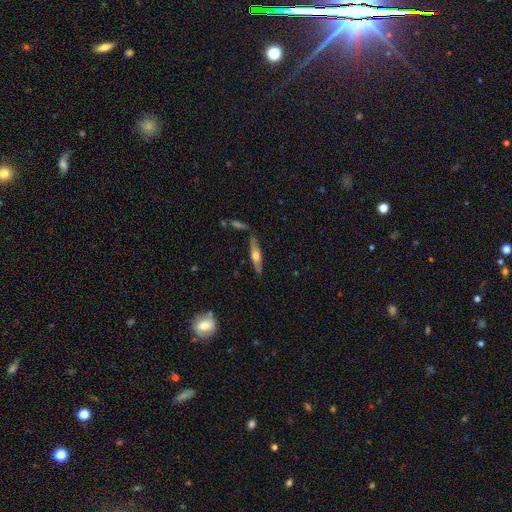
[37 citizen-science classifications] A smooth galaxy with no disk features (57%) that is cigar-shaped (95%). Merging: none (69%).